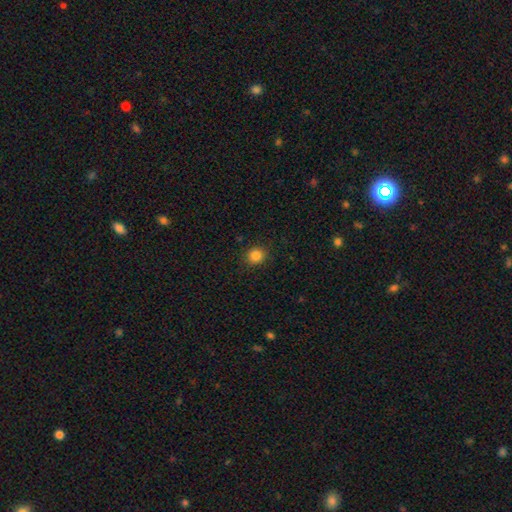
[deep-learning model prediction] smooth-or-featured: smooth: 84% | star or artifact: 12% | featured or disk: 4%
  how-rounded: round: 86% | in between: 13% | cigar-shaped: 1%
  merging: none: 89% | minor disturbance: 7% | major disturbance: 2% | merger: 1%